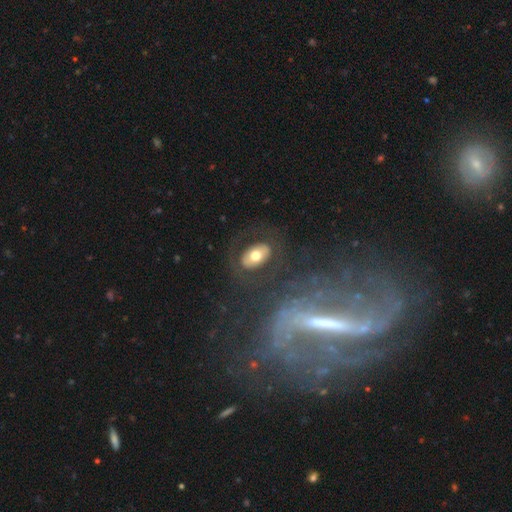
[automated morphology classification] smooth-or-featured: smooth: 58% | featured or disk: 34% | star or artifact: 9%
  how-rounded: in between: 86% | round: 13% | cigar-shaped: 1%
  merging: none: 80% | minor disturbance: 10% | major disturbance: 7% | merger: 2%